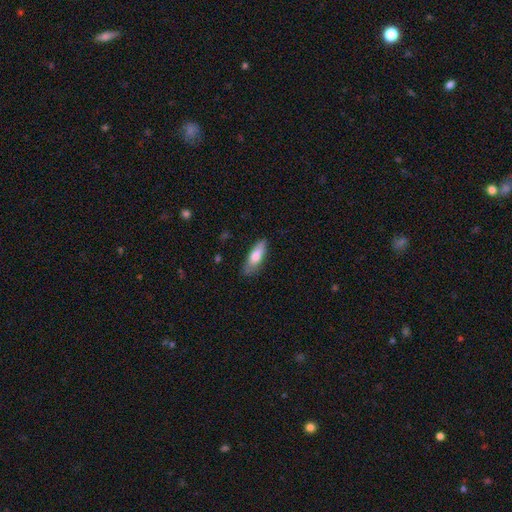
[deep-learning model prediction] Smooth or featured? smooth (74%)
How rounded? in between (50%)
Merging? none (76%)